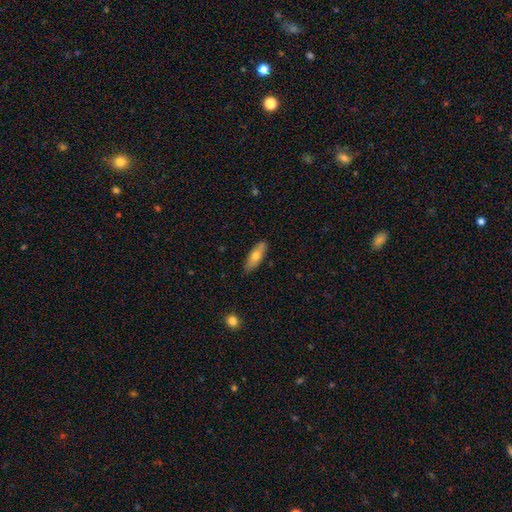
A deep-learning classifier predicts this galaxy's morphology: Smooth or featured? Predicted: smooth (p=0.65). How rounded? Predicted: in between (p=0.62). Merging? Predicted: none (p=0.83).